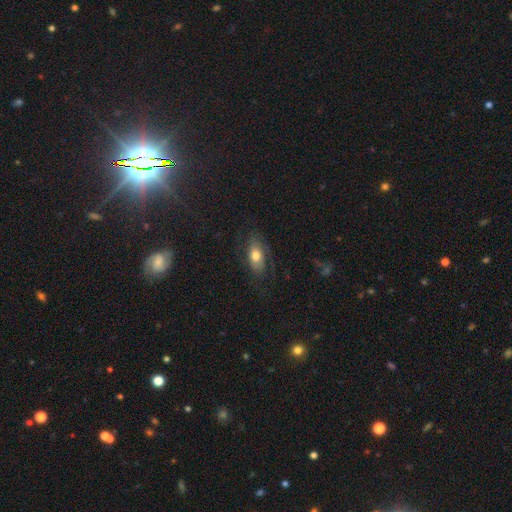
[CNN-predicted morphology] Overall: smooth (64%; featured or disk 27%). How rounded: in between (87%). Merging: none (67%).